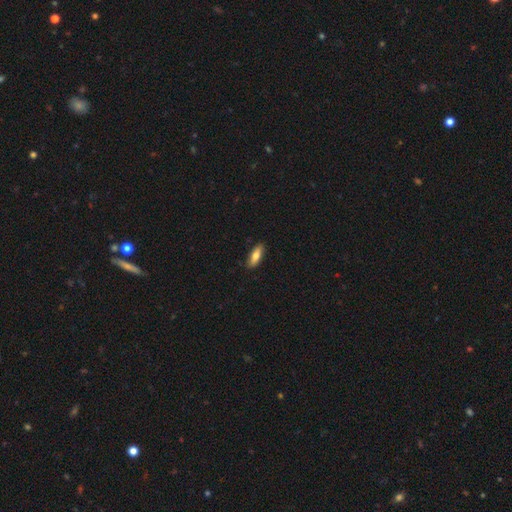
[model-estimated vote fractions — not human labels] Morphology: type=smooth (79%); roundness=in between (65%); merging=none (85%).